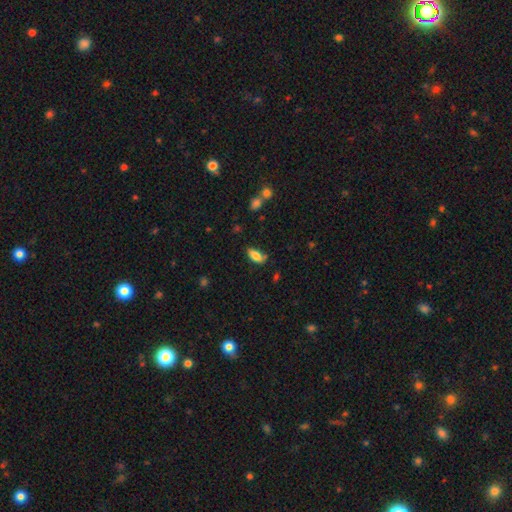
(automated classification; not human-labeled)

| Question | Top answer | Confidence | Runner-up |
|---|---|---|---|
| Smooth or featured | smooth | 82% | featured or disk (11%) |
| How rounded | in between | 86% | cigar-shaped (11%) |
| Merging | none | 69% | minor disturbance (23%) |